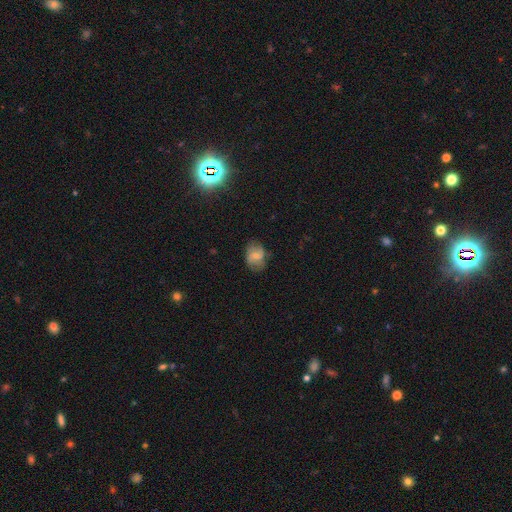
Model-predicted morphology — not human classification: smooth 61%, featured or disk 29%, star or artifact 10%. Down the decision tree: how rounded — in between (62%); merging — none (68%).